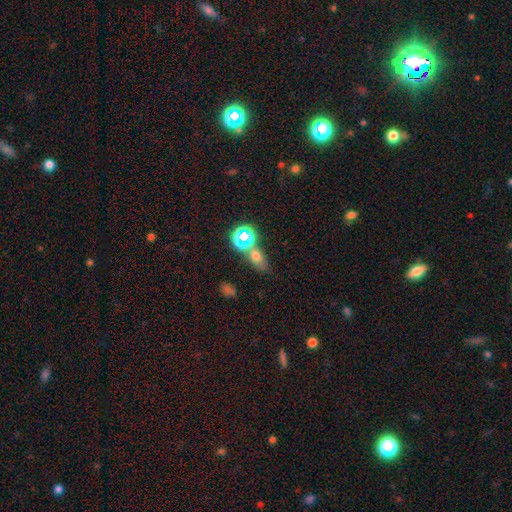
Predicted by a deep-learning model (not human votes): This is possibly a smooth galaxy (57%). How rounded: likely in between (68%). Merging: possibly none (55%).